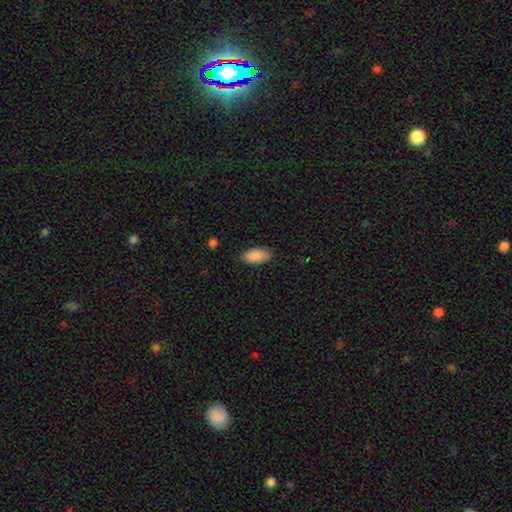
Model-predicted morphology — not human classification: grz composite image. It shows a smooth galaxy with no disk features (89%) that is in between round and cigar-shaped (92%). Merging: none (86%).